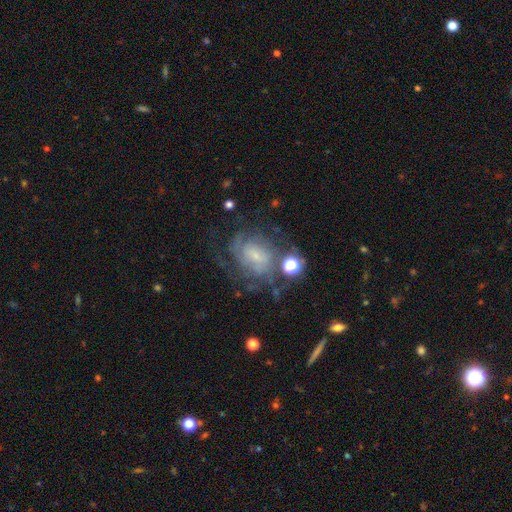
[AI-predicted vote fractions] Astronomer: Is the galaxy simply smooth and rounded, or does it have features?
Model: featured or disk — 71%.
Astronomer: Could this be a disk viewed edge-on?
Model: no — 97%.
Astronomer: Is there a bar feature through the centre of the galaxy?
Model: no — 61%.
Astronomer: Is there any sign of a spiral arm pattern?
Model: yes — 84%.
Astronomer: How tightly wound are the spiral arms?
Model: tight — 52% (runner-up: medium, 34%).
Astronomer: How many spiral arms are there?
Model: can't tell — 52%.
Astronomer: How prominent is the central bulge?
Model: small — 68%.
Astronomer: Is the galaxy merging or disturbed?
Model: none — 56%.